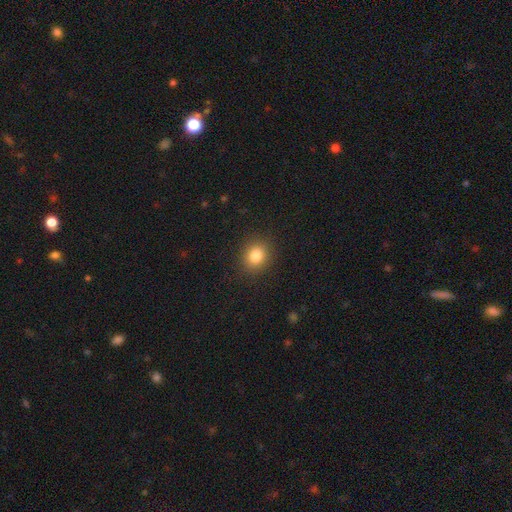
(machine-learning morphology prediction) Smooth or featured? Predicted: smooth (p=0.83). How rounded? Predicted: round (p=0.72). Merging? Predicted: none (p=0.89).